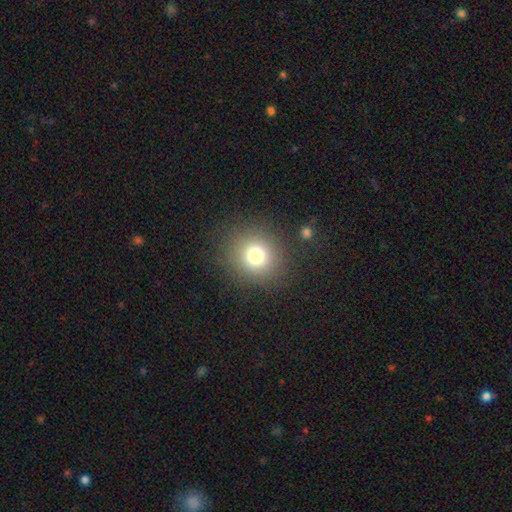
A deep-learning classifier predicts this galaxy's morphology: Q: Smooth or featured?
A: smooth (76%); runner-up: star or artifact (15%)
Q: How rounded?
A: round (88%); runner-up: in between (11%)
Q: Merging?
A: none (87%); runner-up: minor disturbance (7%)